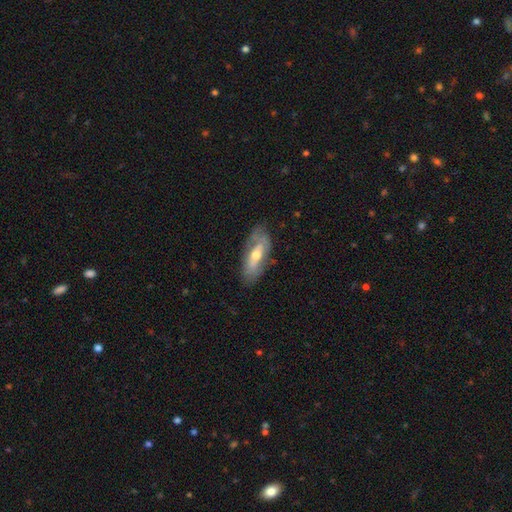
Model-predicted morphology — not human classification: A featured or disk galaxy (54%).

Vote fractions:
- Smooth or featured? featured or disk: 54% / smooth: 40% / star or artifact: 6%
- Edge-on disk? no: 78% / yes: 22%
- Merging? none: 65% / minor disturbance: 24% / major disturbance: 9% / merger: 2%